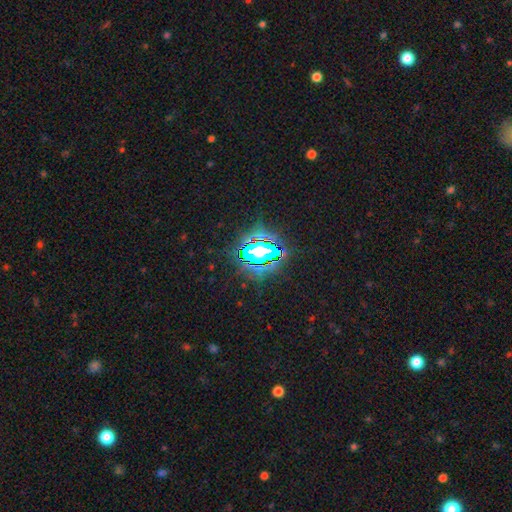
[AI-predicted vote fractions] The model was most divided on "smooth or featured": star or artifact: 69%, smooth: 19%, featured or disk: 12%.